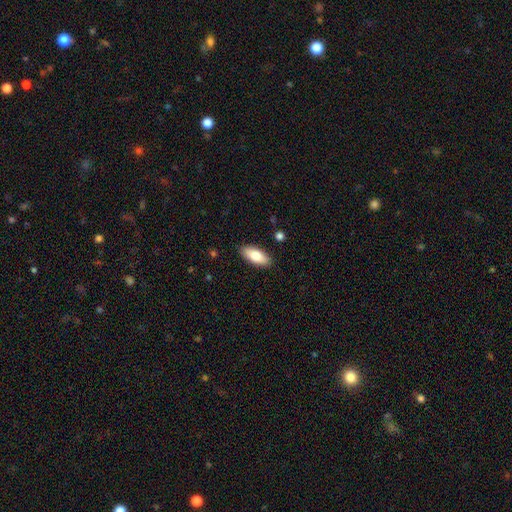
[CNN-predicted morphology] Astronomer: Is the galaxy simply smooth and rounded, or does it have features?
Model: smooth — 79%.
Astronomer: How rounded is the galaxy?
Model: in between — 84%.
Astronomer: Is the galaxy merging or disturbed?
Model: none — 89%.